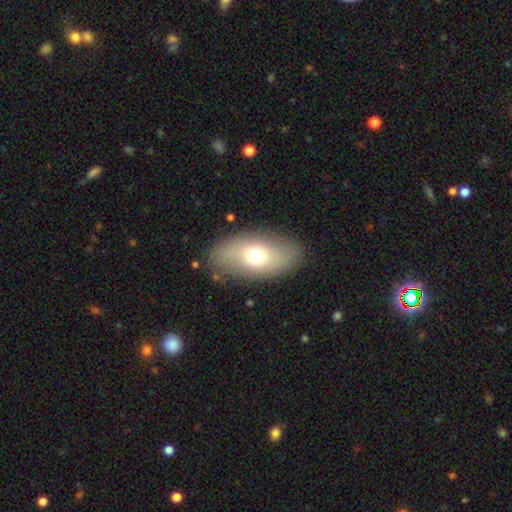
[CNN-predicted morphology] Smooth or featured? smooth (63%)
How rounded? in between (89%)
Merging? none (83%)